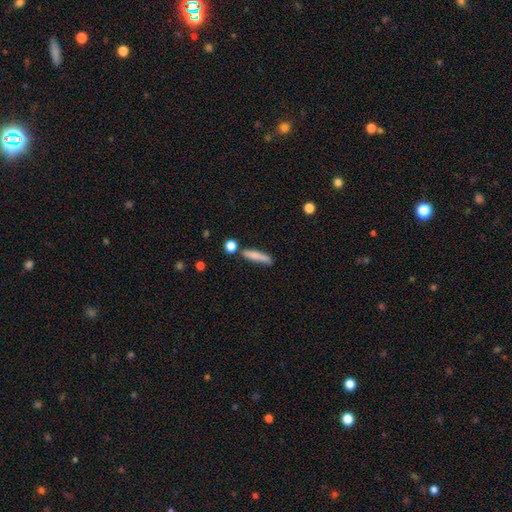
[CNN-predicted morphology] The model was most divided on "merging": none: 63%, minor disturbance: 20%, merger: 10%, major disturbance: 6%. More confident: how rounded — cigar-shaped (81%); smooth or featured — smooth (76%).